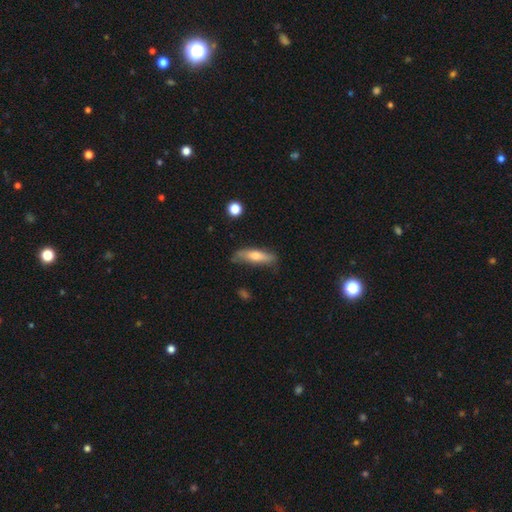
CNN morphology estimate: smooth-or-featured: smooth: 63% | featured or disk: 30% | star or artifact: 7%
  how-rounded: cigar-shaped: 66% | in between: 31% | round: 2%
  merging: none: 69% | minor disturbance: 23% | major disturbance: 6% | merger: 2%